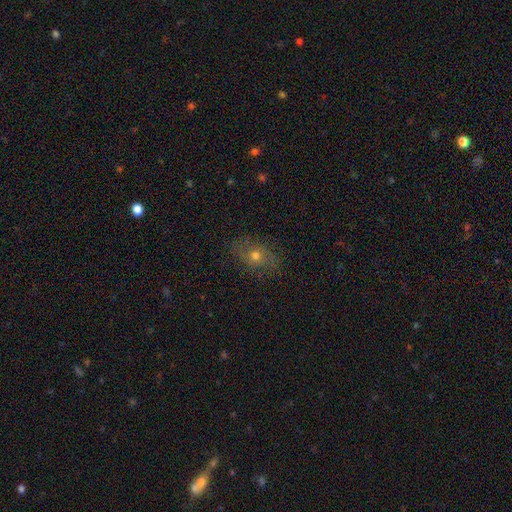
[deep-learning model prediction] Overall: smooth (44%; featured or disk 39%). Merging: none (79%).